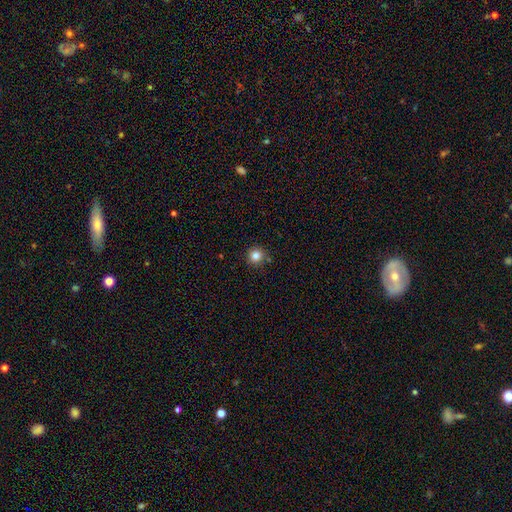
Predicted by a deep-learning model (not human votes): Smooth or featured?
  - smooth: 83% *
  - star or artifact: 12%
  - featured or disk: 5%
How rounded?
  - round: 94% *
  - in between: 5%
  - cigar-shaped: 1%
Merging?
  - none: 88% *
  - minor disturbance: 7%
  - merger: 3%
  - major disturbance: 2%